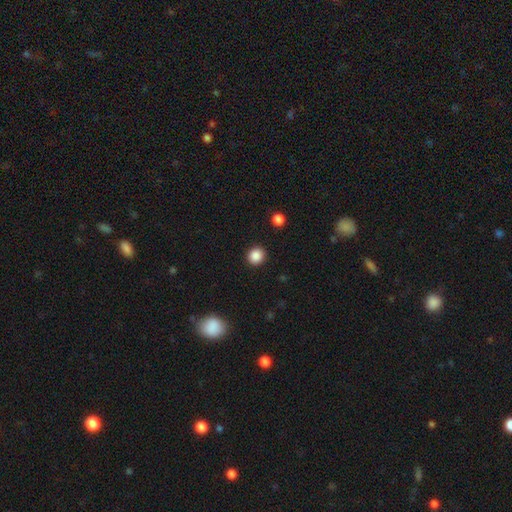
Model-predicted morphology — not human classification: The model was most divided on "smooth or featured": smooth: 87%, star or artifact: 10%, featured or disk: 3%. More confident: merging — none (91%); how rounded — round (89%).